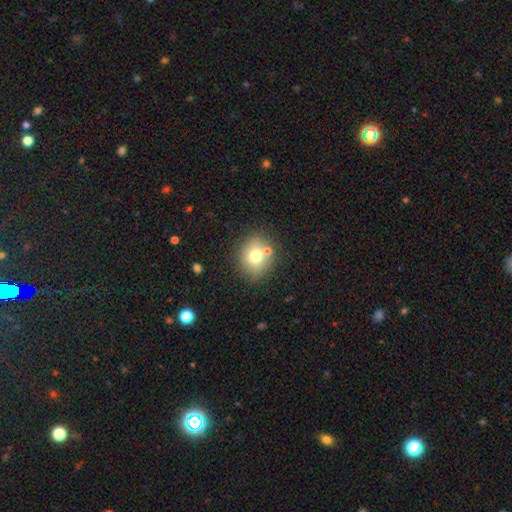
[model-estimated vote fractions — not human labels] Q: Smooth or featured?
A: smooth (72%); runner-up: featured or disk (16%)
Q: How rounded?
A: round (72%); runner-up: in between (27%)
Q: Merging?
A: none (73%); runner-up: merger (12%)